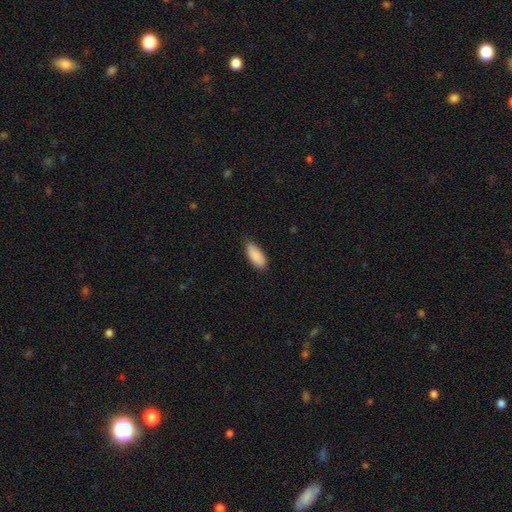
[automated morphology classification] smooth 90%, star or artifact 6%, featured or disk 5%. Down the decision tree: how rounded — in between (83%); merging — none (78%).